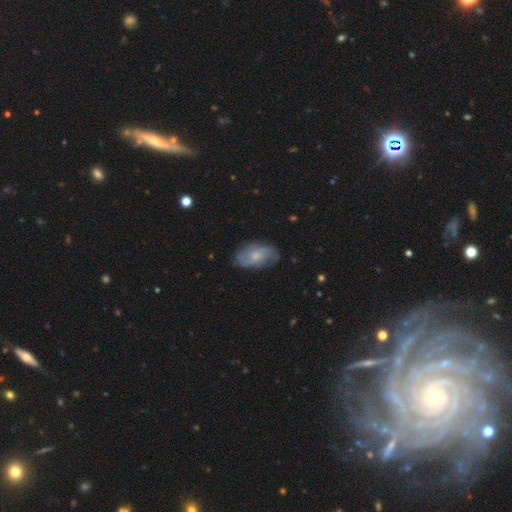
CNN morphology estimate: Smooth or featured?
  - featured or disk: 69% *
  - smooth: 25%
  - star or artifact: 6%
Edge-on disk?
  - no: 96% *
  - yes: 4%
Bar?
  - no: 67% *
  - weak: 29%
  - strong: 4%
Spiral arms?
  - yes: 91% *
  - no: 9%
Spiral winding?
  - medium: 44% *
  - tight: 35%
  - loose: 21%
Spiral arm count?
  - 2: 52% *
  - can't tell: 25%
  - 3: 12%
  - 4: 4%
  - 1: 4%
  - more than 4: 3%
Bulge size?
  - small: 66% *
  - moderate: 24%
  - none: 8%
  - large: 2%
  - dominant: 1%
Merging?
  - none: 74% *
  - minor disturbance: 19%
  - major disturbance: 5%
  - merger: 1%